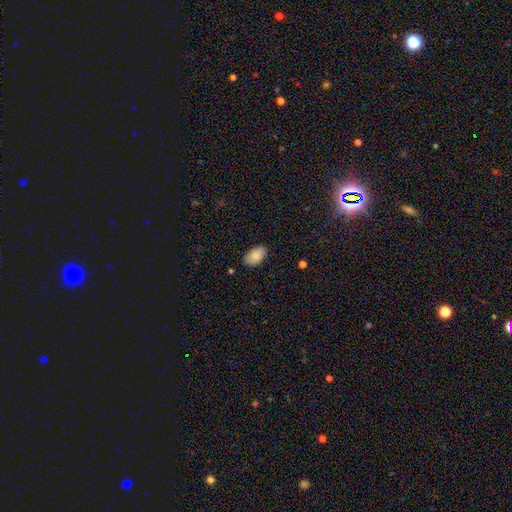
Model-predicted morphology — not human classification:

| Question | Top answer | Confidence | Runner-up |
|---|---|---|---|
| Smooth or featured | smooth | 87% | star or artifact (7%) |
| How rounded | in between | 93% | round (5%) |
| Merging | none | 82% | minor disturbance (14%) |